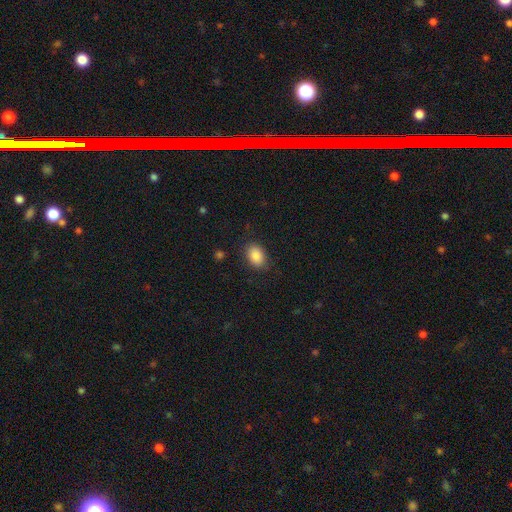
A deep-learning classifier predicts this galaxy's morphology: Smooth or featured? Predicted: smooth (p=0.88). How rounded? Predicted: in between (p=0.83). Merging? Predicted: none (p=0.84).